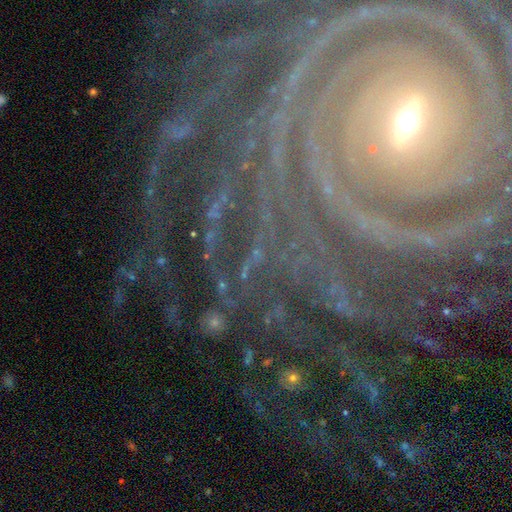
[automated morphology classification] A star or artifact, not a galaxy (58%).

Vote fractions:
- Smooth or featured? star or artifact: 58% / featured or disk: 32% / smooth: 10%